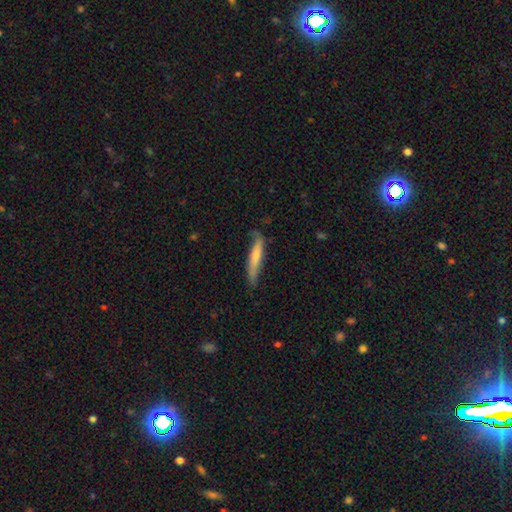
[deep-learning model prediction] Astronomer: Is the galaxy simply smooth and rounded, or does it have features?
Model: smooth — 52% (runner-up: featured or disk, 42%).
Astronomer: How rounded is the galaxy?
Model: cigar-shaped — 90%.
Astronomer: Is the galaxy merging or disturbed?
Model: none — 66%.